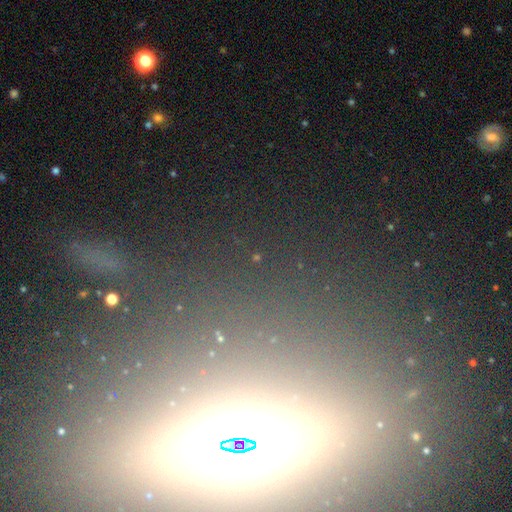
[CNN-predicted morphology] A star or artifact, not a galaxy (64%).

Vote fractions:
- Smooth or featured? star or artifact: 64% / smooth: 19% / featured or disk: 16%